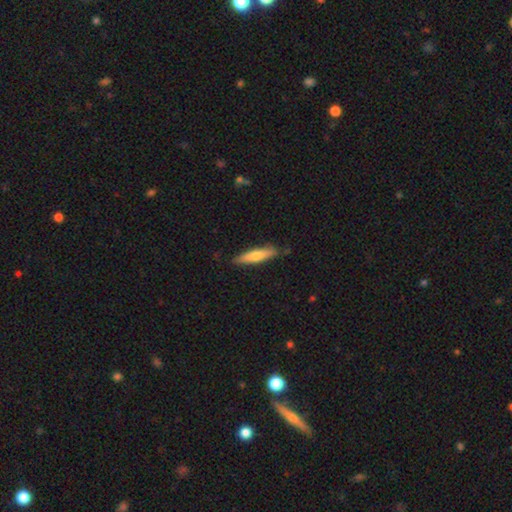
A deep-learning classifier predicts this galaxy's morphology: A smooth galaxy with no disk features (65%) that is cigar-shaped (86%).

Vote fractions:
- Smooth or featured? smooth: 65% / featured or disk: 30% / star or artifact: 5%
- How rounded? cigar-shaped: 86% / in between: 13% / round: 1%
- Merging? none: 86% / minor disturbance: 11% / major disturbance: 2% / merger: 1%